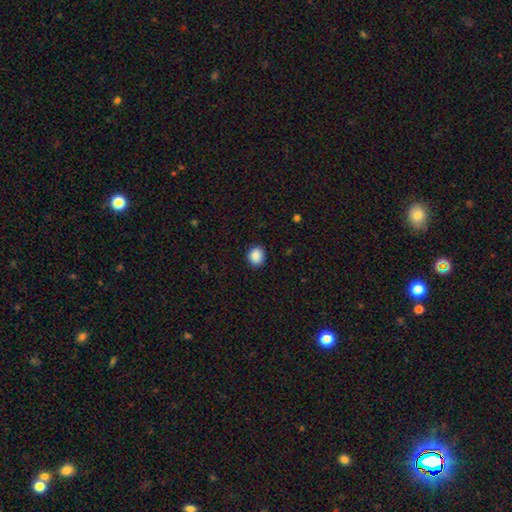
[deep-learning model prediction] Smooth or featured? smooth (88%)
How rounded? round (77%)
Merging? none (88%)